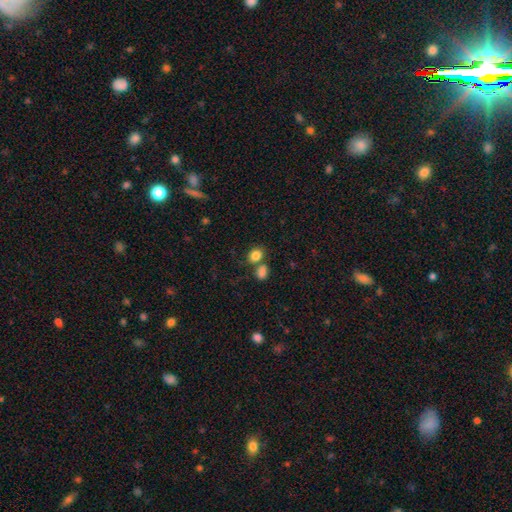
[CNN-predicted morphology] Smooth or featured? Predicted: smooth (p=0.84). How rounded? Predicted: in between (p=0.54). Merging? Predicted: none (p=0.54).